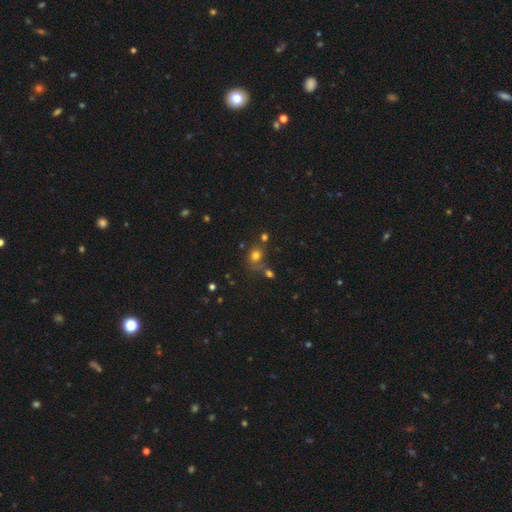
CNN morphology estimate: Overall: smooth (70%). How rounded: round (68%; in between 31%). Merging: none (59%).